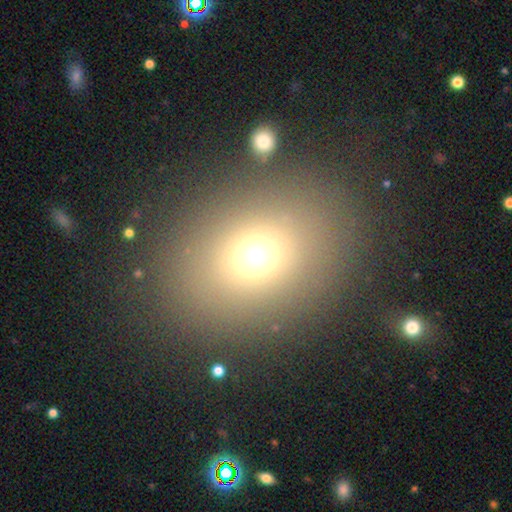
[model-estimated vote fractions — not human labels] smooth-or-featured: smooth: 70% | star or artifact: 18% | featured or disk: 12%
  how-rounded: in between: 51% | round: 48% | cigar-shaped: 1%
  merging: none: 83% | minor disturbance: 9% | major disturbance: 5% | merger: 3%